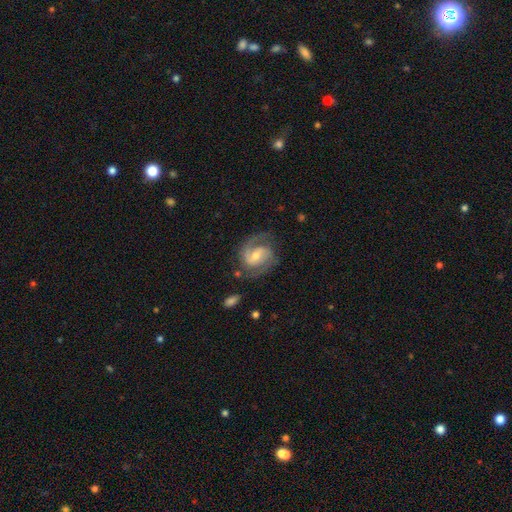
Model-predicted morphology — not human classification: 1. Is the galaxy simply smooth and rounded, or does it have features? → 86% featured or disk, 9% smooth, 5% star or artifact.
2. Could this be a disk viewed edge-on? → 98% no, 2% yes.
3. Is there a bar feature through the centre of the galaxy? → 54% weak, 27% no, 19% strong.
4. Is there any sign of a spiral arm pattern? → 97% yes, 3% no.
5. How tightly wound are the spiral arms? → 52% medium, 32% tight, 16% loose.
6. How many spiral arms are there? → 79% 2, 9% 1, 5% can't tell, 4% 3, 1% 4, 1% more than 4.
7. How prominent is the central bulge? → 50% moderate, 43% small, 4% large, 2% none, 1% dominant.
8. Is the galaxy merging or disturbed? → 70% none, 17% minor disturbance, 10% major disturbance, 3% merger.